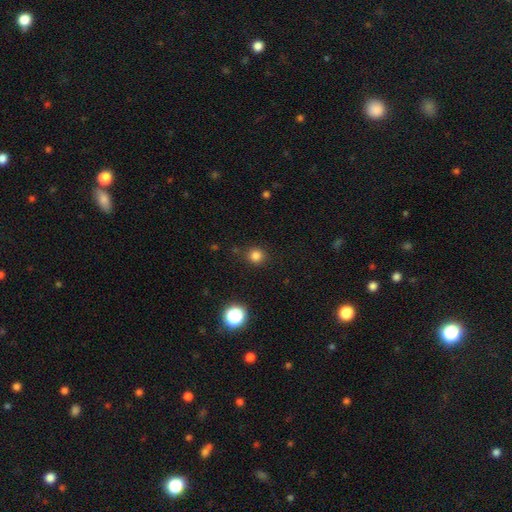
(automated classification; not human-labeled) Morphology: type=smooth (81%); roundness=round (92%); merging=none (88%).